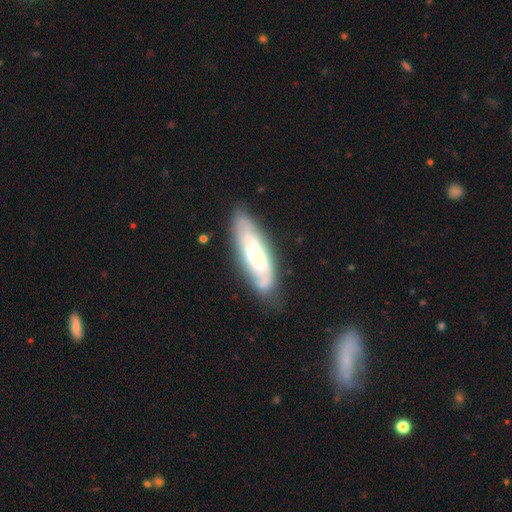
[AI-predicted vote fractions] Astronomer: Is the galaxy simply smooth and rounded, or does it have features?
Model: featured or disk — 63%.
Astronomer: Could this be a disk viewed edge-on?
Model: no — 74%.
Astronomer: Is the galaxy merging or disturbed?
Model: none — 74%.